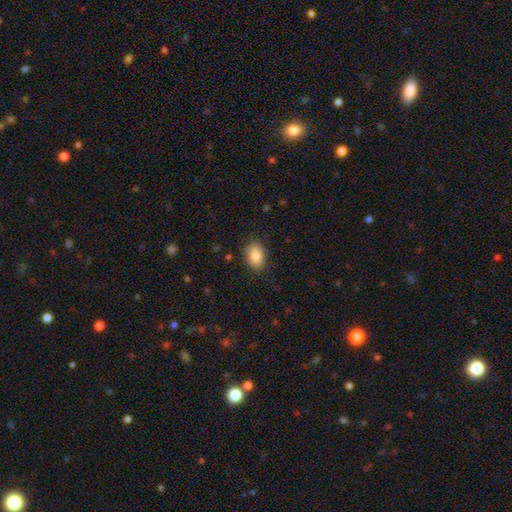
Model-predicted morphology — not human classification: smooth-or-featured: smooth: 87% | star or artifact: 7% | featured or disk: 6%
  how-rounded: in between: 83% | round: 15% | cigar-shaped: 1%
  merging: none: 85% | minor disturbance: 11% | major disturbance: 3% | merger: 1%